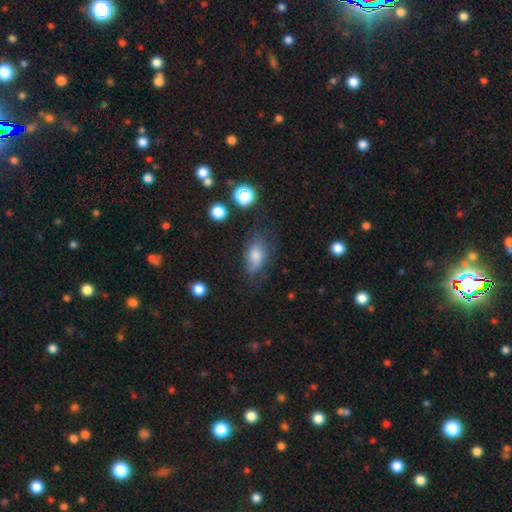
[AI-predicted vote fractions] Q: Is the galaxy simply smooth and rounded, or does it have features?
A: smooth — 69%.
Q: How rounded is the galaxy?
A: in between — 86%.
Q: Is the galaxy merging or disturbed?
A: none — 61%.